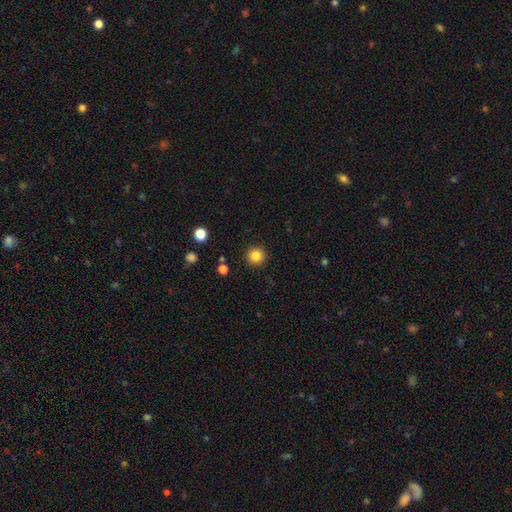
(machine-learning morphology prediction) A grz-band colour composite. It shows a smooth galaxy with no disk features (85%) that is round (95%). Merging: none (92%).